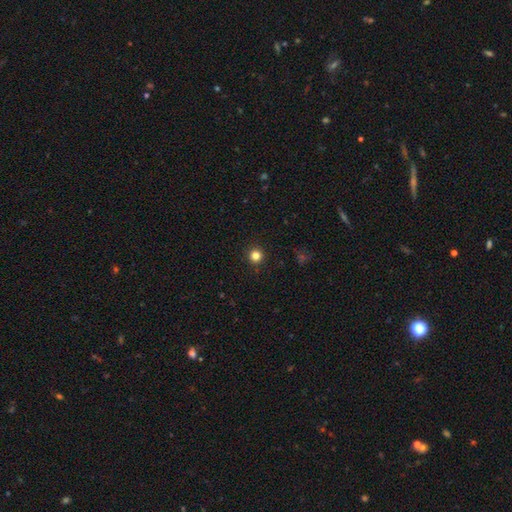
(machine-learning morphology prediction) Overall: smooth (83%). How rounded: round (96%). Merging: none (93%).